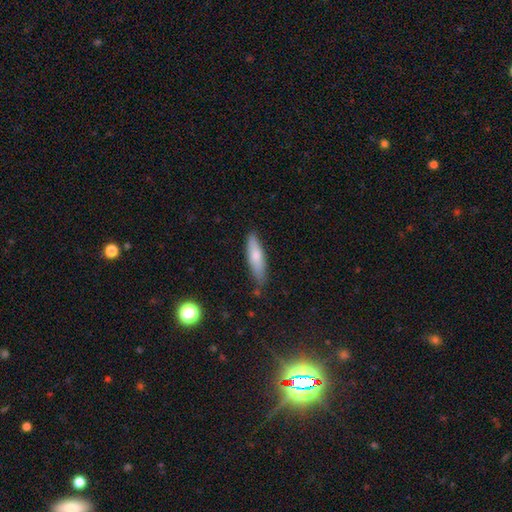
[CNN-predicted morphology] This appears to be a smooth galaxy with no disk features (72%) that is cigar-shaped (68%). Merging: none (77%).